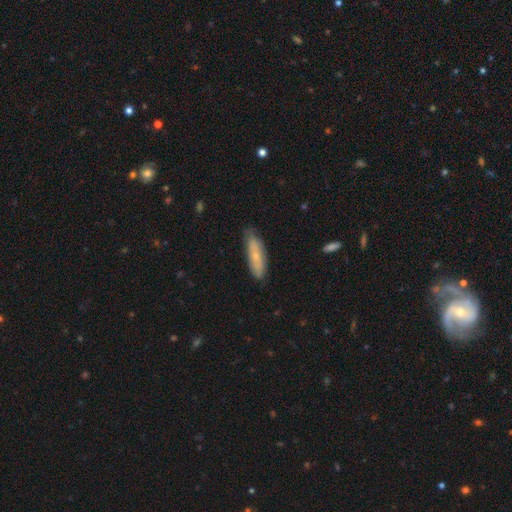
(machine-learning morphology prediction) A smooth galaxy with no disk features (64%) that is cigar-shaped (57%).

Vote fractions:
- Smooth or featured? smooth: 64% / featured or disk: 29% / star or artifact: 6%
- How rounded? cigar-shaped: 57% / in between: 42% / round: 2%
- Merging? none: 77% / minor disturbance: 19% / major disturbance: 3% / merger: 1%